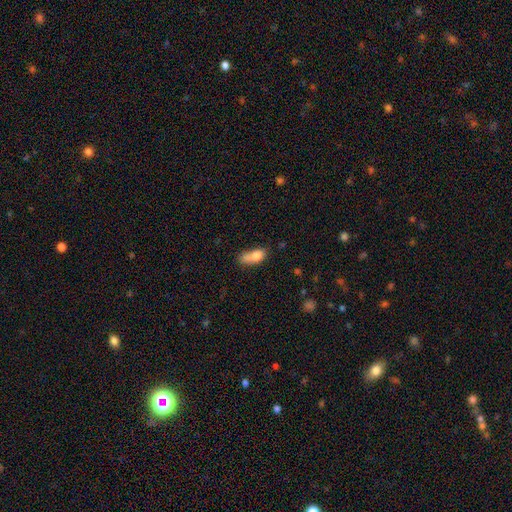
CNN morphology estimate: This is likely a smooth galaxy (77%). How rounded: likely in between (78%). Merging: marginally none (32%).